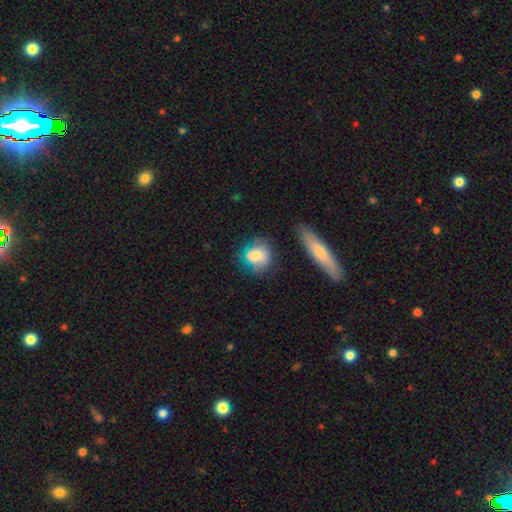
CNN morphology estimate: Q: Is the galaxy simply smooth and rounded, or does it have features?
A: smooth — 66%.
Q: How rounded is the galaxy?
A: round — 69%.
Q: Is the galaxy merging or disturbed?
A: none — 59%.